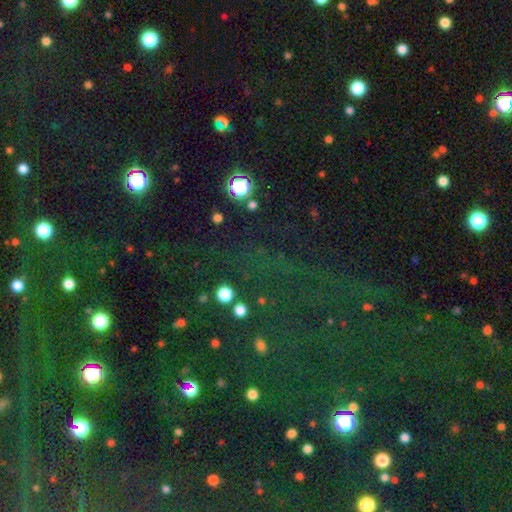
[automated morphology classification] Smooth or featured?
  - star or artifact: 77% *
  - smooth: 15%
  - featured or disk: 8%